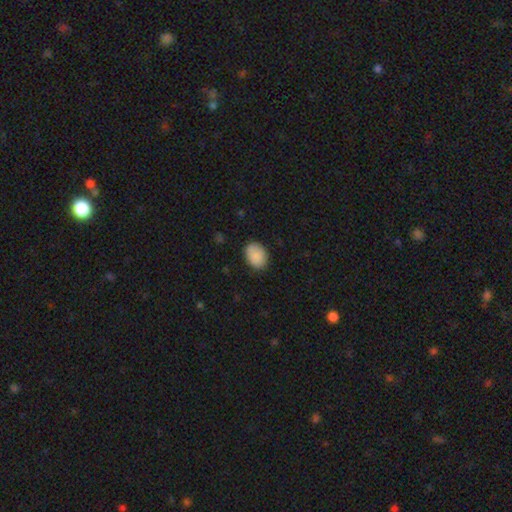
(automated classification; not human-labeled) A smooth galaxy with no disk features (88%) that is in between round and cigar-shaped (66%).

Vote fractions:
- Smooth or featured? smooth: 88% / star or artifact: 7% / featured or disk: 5%
- How rounded? in between: 66% / round: 33% / cigar-shaped: 1%
- Merging? none: 84% / minor disturbance: 13% / major disturbance: 3% / merger: 1%